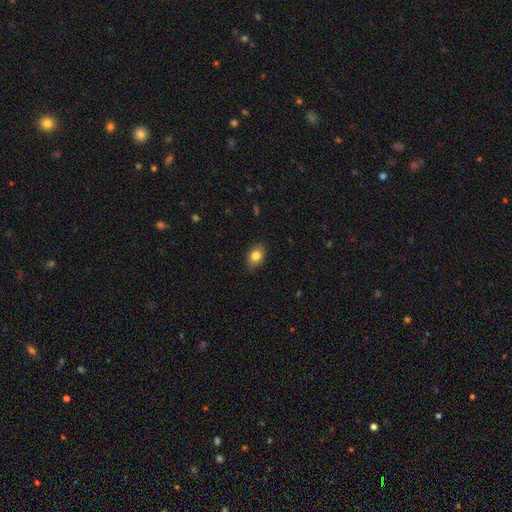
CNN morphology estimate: Smooth or featured?
  - smooth: 82% *
  - featured or disk: 10%
  - star or artifact: 9%
How rounded?
  - in between: 75% *
  - round: 23%
  - cigar-shaped: 2%
Merging?
  - none: 85% *
  - minor disturbance: 12%
  - major disturbance: 2%
  - merger: 1%